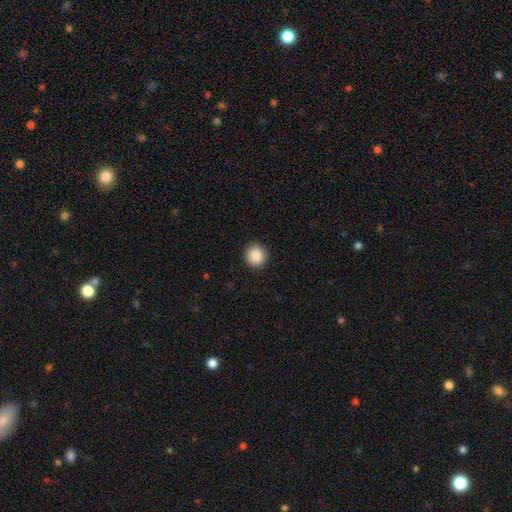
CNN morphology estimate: Smooth or featured? Predicted: smooth (p=0.88). How rounded? Predicted: round (p=0.95). Merging? Predicted: none (p=0.92).